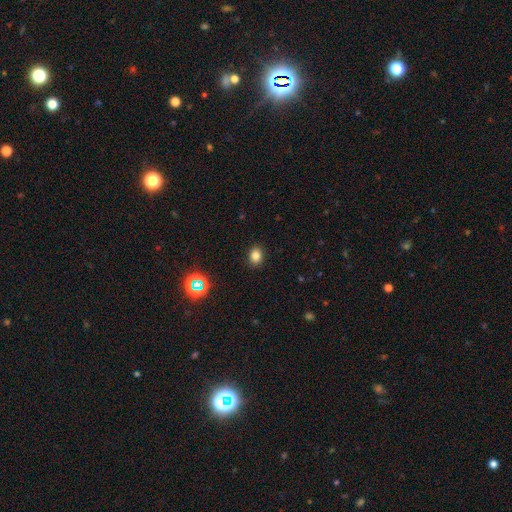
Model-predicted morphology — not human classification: This appears to be a smooth galaxy with no disk features (79%) that is round (52%). Merging: none (90%).